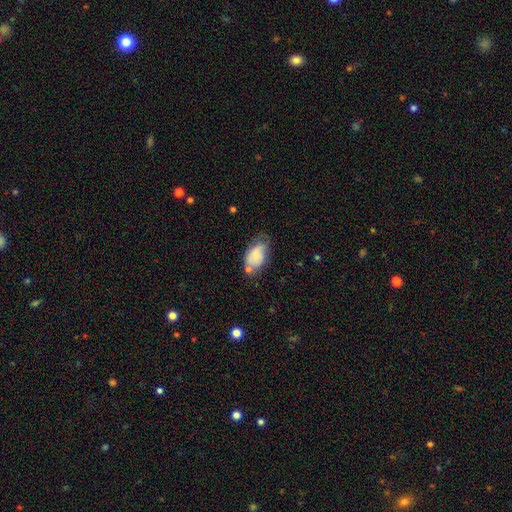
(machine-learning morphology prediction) A smooth galaxy with no disk features (68%) that is in between round and cigar-shaped (91%). Merging: none (40%).